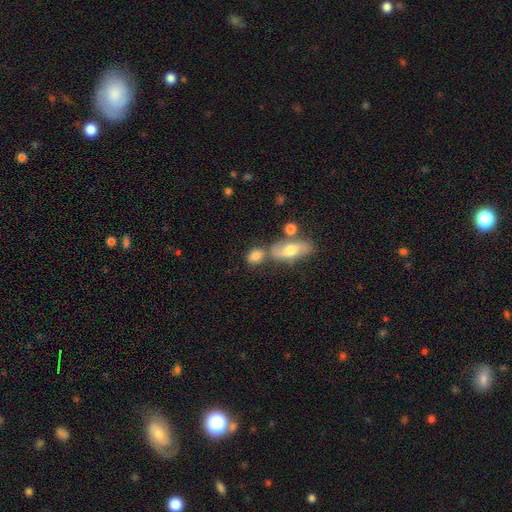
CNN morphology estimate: Smooth or featured?
  - smooth: 74% *
  - featured or disk: 17%
  - star or artifact: 9%
How rounded?
  - in between: 68% *
  - round: 27%
  - cigar-shaped: 5%
Merging?
  - none: 51% *
  - merger: 28%
  - minor disturbance: 14%
  - major disturbance: 6%